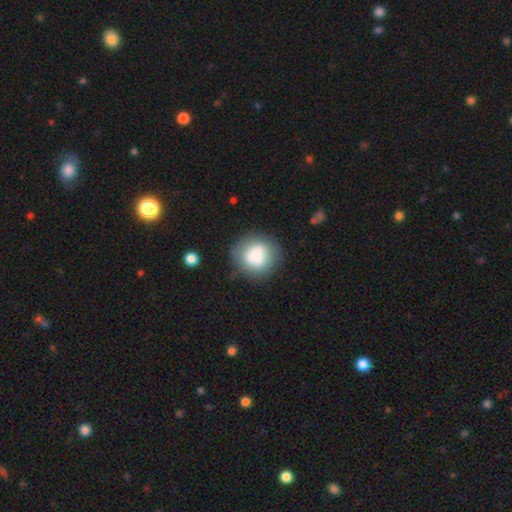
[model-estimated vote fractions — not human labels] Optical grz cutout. It shows a smooth galaxy with no disk features (79%) that is round (85%). Merging: none (69%).